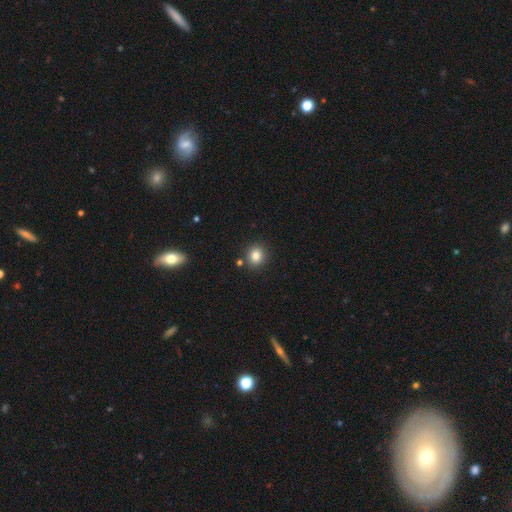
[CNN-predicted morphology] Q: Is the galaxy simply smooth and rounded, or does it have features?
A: smooth — 84%.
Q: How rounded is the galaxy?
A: round — 77%.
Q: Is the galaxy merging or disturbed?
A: none — 85%.